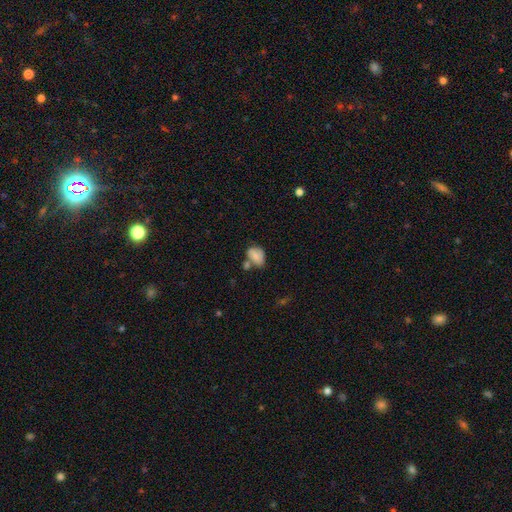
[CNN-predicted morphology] Smooth or featured?
  - smooth: 74% *
  - featured or disk: 18%
  - star or artifact: 9%
How rounded?
  - in between: 77% *
  - round: 21%
  - cigar-shaped: 1%
Merging?
  - none: 40% *
  - merger: 27%
  - minor disturbance: 24%
  - major disturbance: 8%